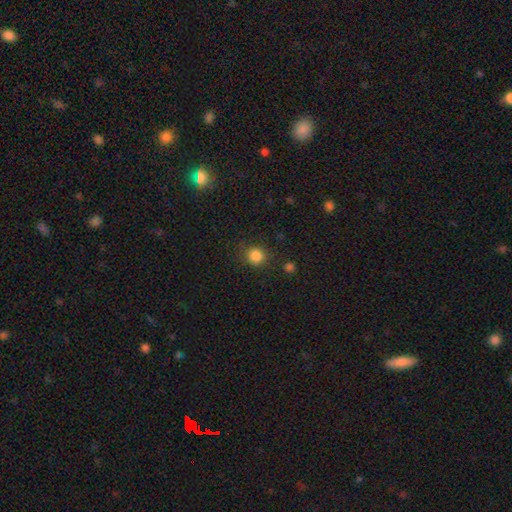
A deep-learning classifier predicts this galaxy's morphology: Overall: smooth (84%). How rounded: round (87%). Merging: none (82%).